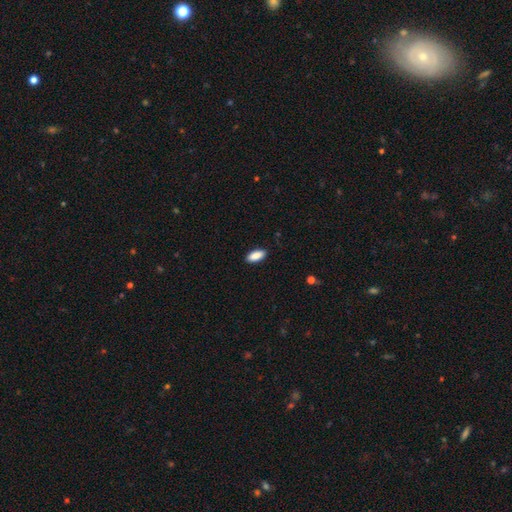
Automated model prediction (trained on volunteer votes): This appears to be a smooth galaxy with no disk features (89%) that is in between round and cigar-shaped (86%). Merging: none (88%).